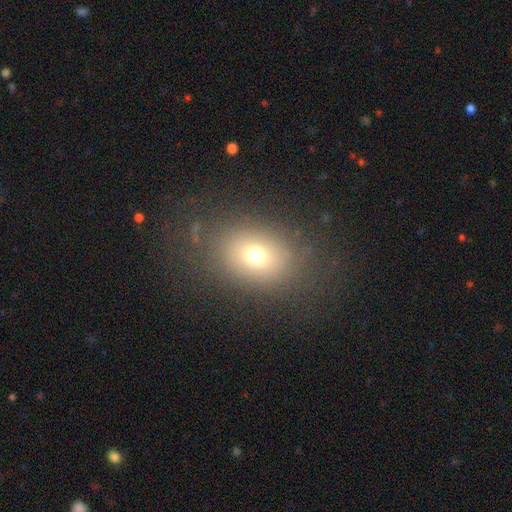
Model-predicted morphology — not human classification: This appears to be a smooth galaxy with no disk features (70%) that is in between round and cigar-shaped (61%). Merging: none (79%).